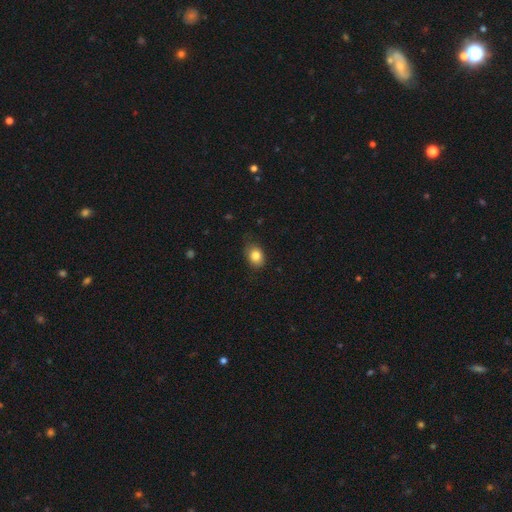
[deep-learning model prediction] A smooth galaxy with no disk features (83%) that is in between round and cigar-shaped (65%). Merging: none (76%).